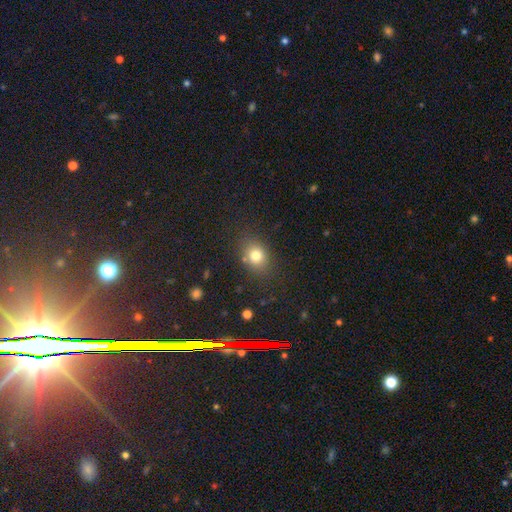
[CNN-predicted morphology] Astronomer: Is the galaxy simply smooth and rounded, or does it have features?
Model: smooth — 77%.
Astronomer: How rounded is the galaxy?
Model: round — 52% (runner-up: in between, 47%).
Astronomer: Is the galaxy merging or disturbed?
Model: none — 81%.